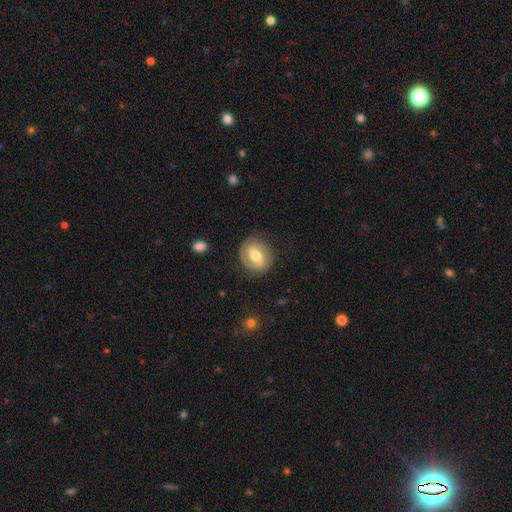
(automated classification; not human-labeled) A featured or disk galaxy (55%) with a weak bar (43%), spiral arms (70%) and a moderate central bulge (68%).

Vote fractions:
- Smooth or featured? featured or disk: 55% / smooth: 39% / star or artifact: 6%
- Edge-on disk? no: 95% / yes: 5%
- Bar? weak: 43% / strong: 35% / no: 22%
- Spiral arms? yes: 70% / no: 30%
- Bulge size? moderate: 68% / large: 15% / small: 14% / dominant: 1% / none: 1%
- Merging? none: 79% / minor disturbance: 14% / major disturbance: 6% / merger: 1%